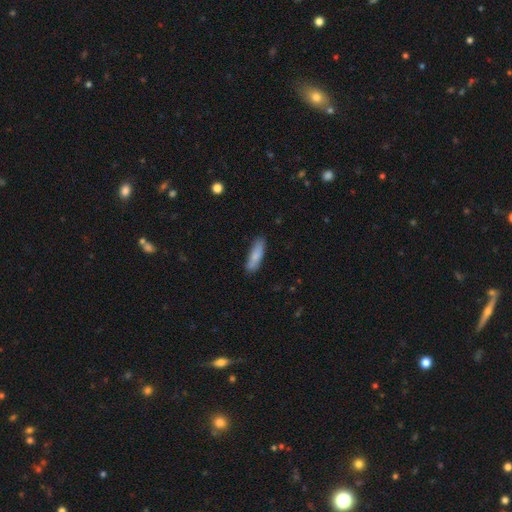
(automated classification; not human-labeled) Smooth or featured? Predicted: smooth (p=0.82). How rounded? Predicted: cigar-shaped (p=0.62). Merging? Predicted: none (p=0.78).